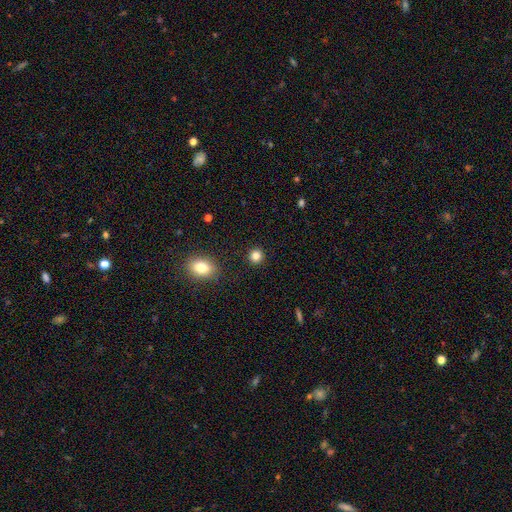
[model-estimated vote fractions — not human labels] Smooth or featured?
  - smooth: 84% *
  - star or artifact: 11%
  - featured or disk: 5%
How rounded?
  - round: 90% *
  - in between: 9%
  - cigar-shaped: 1%
Merging?
  - none: 91% *
  - minor disturbance: 5%
  - major disturbance: 2%
  - merger: 1%